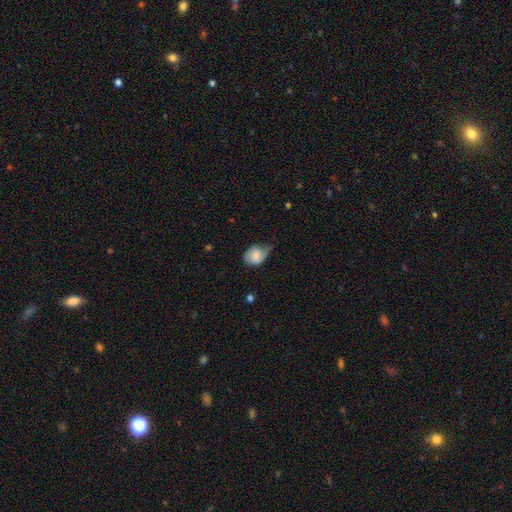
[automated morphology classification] Q: Smooth or featured?
A: smooth (62%); runner-up: featured or disk (31%)
Q: How rounded?
A: in between (61%); runner-up: round (38%)
Q: Merging?
A: minor disturbance (43%); runner-up: none (34%)